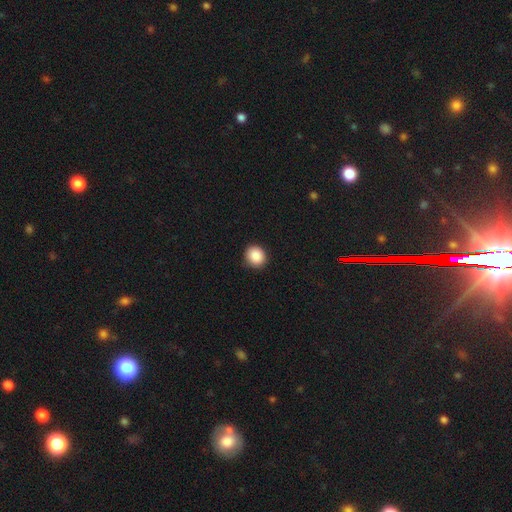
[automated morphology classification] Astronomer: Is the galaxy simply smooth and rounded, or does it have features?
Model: smooth — 89%.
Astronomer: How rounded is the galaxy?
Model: round — 82%.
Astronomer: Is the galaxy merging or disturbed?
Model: none — 89%.